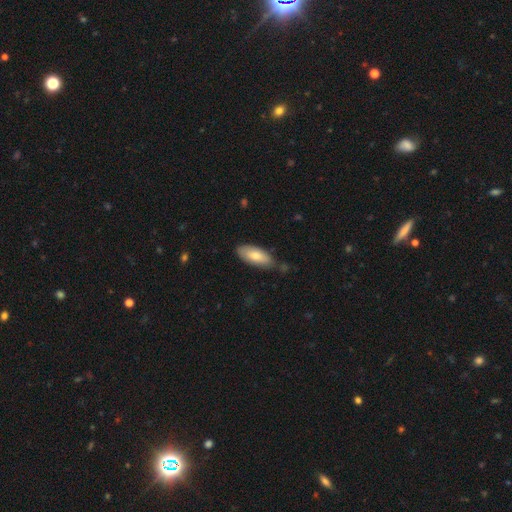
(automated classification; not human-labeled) Morphology: type=smooth (79%); roundness=in between (82%); merging=none (71%).